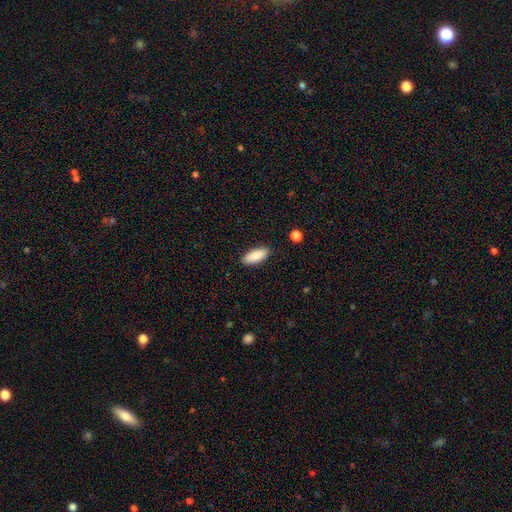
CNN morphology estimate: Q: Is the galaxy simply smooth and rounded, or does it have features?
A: smooth — 89%.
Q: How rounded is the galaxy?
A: in between — 81%.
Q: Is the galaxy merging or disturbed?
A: none — 87%.